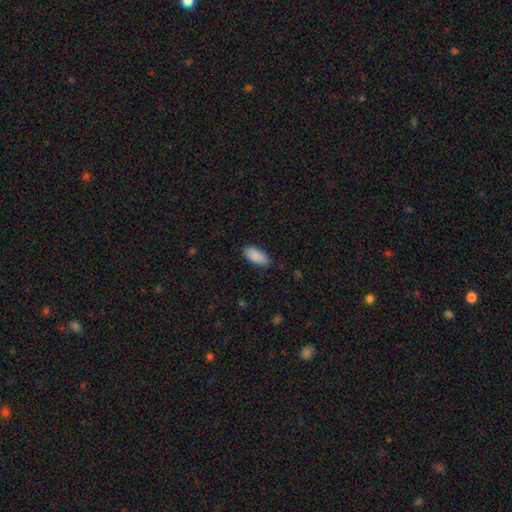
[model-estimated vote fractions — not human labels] A smooth galaxy with no disk features (90%) that is in between round and cigar-shaped (89%). Merging: none (82%).